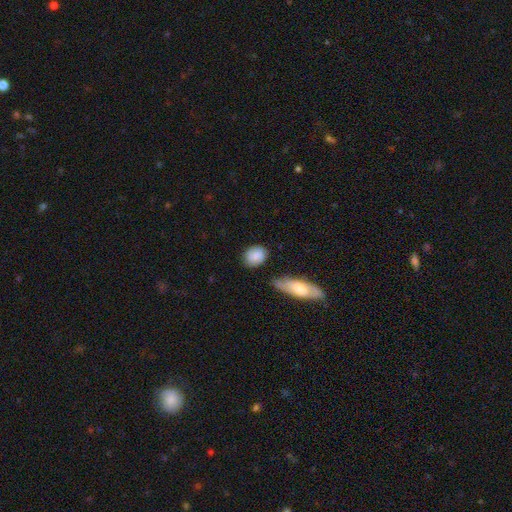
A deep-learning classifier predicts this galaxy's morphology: Smooth or featured? Predicted: smooth (p=0.83). How rounded? Predicted: round (p=0.55). Merging? Predicted: none (p=0.75).